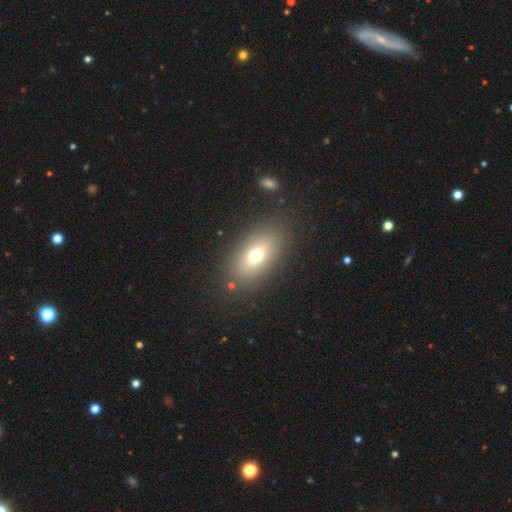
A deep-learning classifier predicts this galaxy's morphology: A smooth galaxy with no disk features (68%) that is in between round and cigar-shaped (84%). Merging: none (84%).